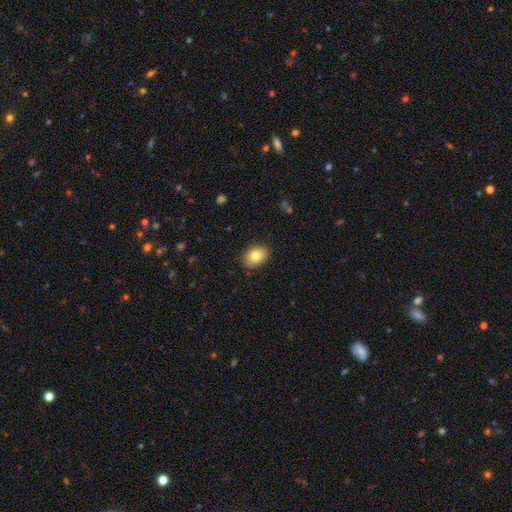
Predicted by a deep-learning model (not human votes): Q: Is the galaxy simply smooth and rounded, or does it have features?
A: smooth — 82%.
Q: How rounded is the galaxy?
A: in between — 74%.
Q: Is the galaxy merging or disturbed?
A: none — 86%.